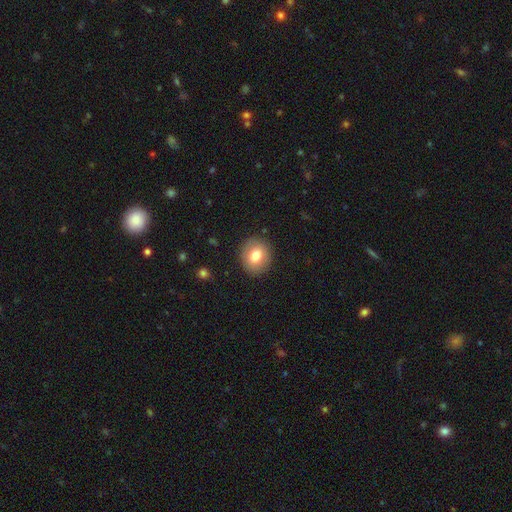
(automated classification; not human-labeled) Smooth or featured: smooth — 77% (featured or disk — 14%)
How rounded: round — 78% (in between — 21%)
Merging: none — 90% (minor disturbance — 7%)